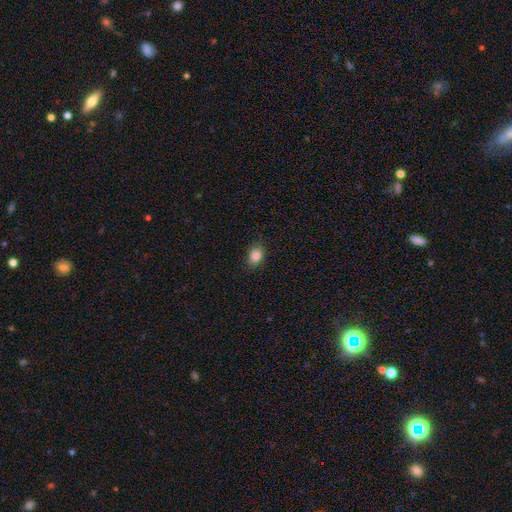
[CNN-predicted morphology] Overall: smooth (86%). How rounded: in between (75%). Merging: none (88%).